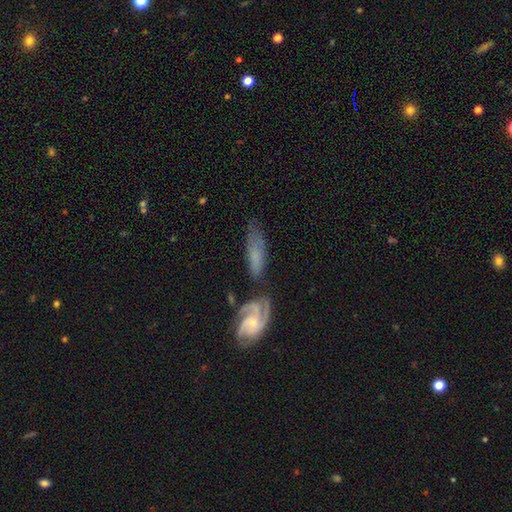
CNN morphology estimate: Smooth or featured? featured or disk (54%)
Edge-on disk? no (83%)
Merging? none (48%)